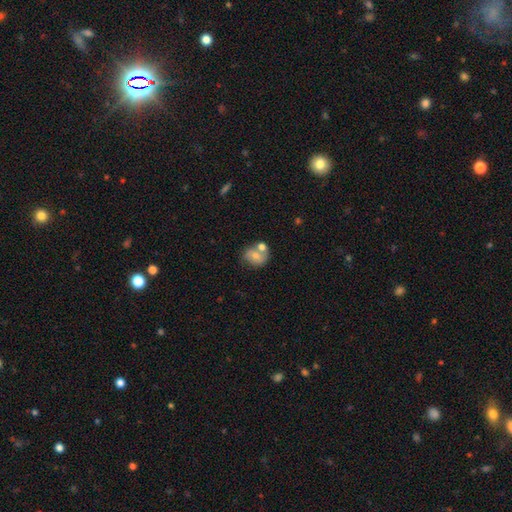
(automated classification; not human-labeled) Smooth or featured: smooth — 62% (featured or disk — 29%)
How rounded: round — 64% (in between — 35%)
Merging: none — 44% (merger — 37%)